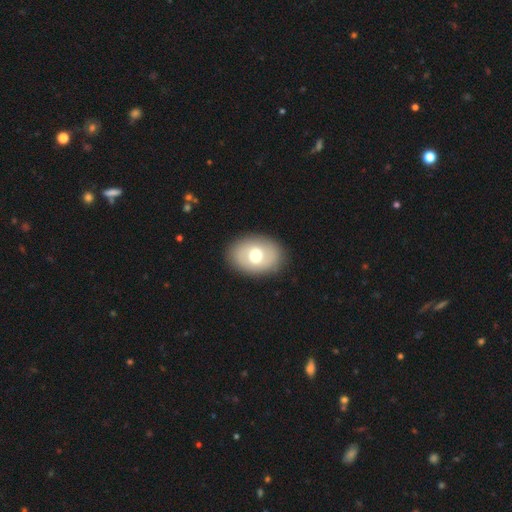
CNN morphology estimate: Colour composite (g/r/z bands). It shows a smooth galaxy with no disk features (63%) that is in between round and cigar-shaped (72%). Merging: none (87%).